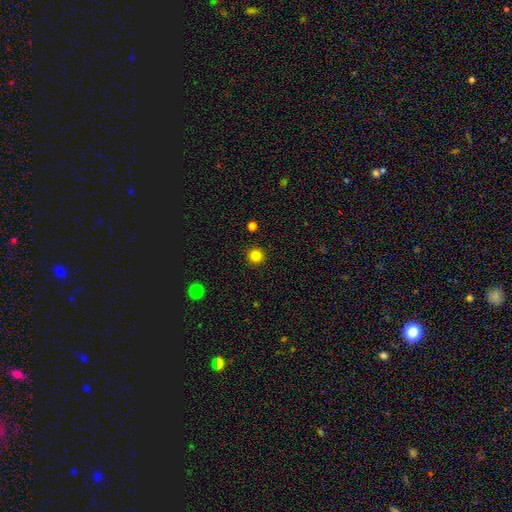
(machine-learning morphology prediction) A smooth galaxy with no disk features (83%) that is round (96%). Merging: none (93%).